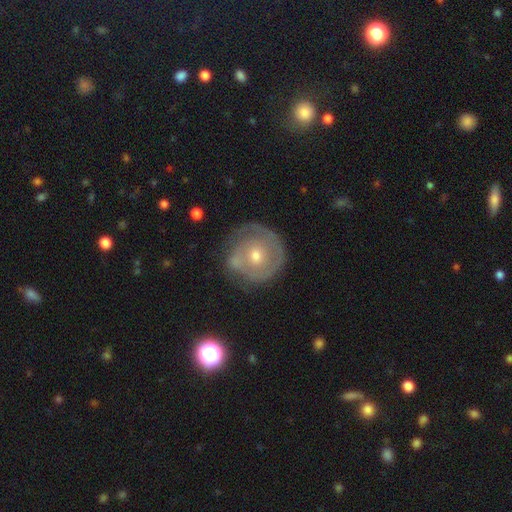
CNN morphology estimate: A featured or disk galaxy (69%) with no bar (76%), spiral arms (73%) and a moderate central bulge (58%). Merging: none (67%).